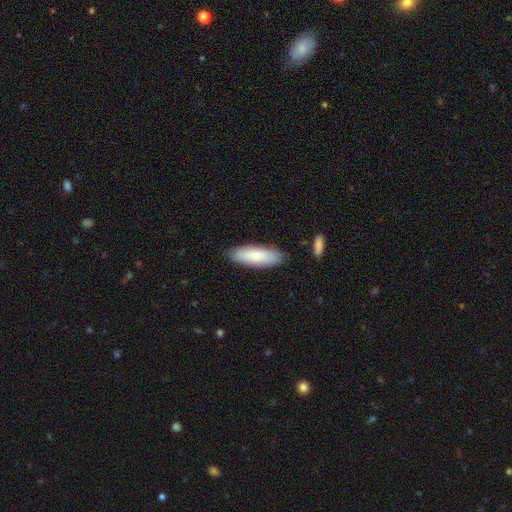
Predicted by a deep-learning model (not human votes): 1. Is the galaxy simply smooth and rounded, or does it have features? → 79% smooth, 15% featured or disk, 6% star or artifact.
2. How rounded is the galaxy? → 61% in between, 38% cigar-shaped, 2% round.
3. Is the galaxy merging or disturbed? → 85% none, 11% minor disturbance, 2% major disturbance, 2% merger.